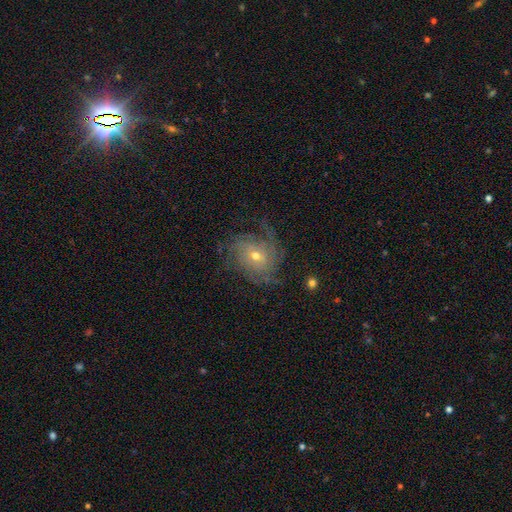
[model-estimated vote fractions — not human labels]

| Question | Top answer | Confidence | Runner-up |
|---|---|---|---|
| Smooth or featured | featured or disk | 81% | smooth (10%) |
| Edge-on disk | no | 97% | yes (3%) |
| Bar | no | 67% | weak (28%) |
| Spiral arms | yes | 95% | no (5%) |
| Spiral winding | tight | 47% | medium (36%) |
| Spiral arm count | can't tell | 31% | 4 (20%) |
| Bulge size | small | 52% | moderate (44%) |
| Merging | none | 66% | minor disturbance (18%) |